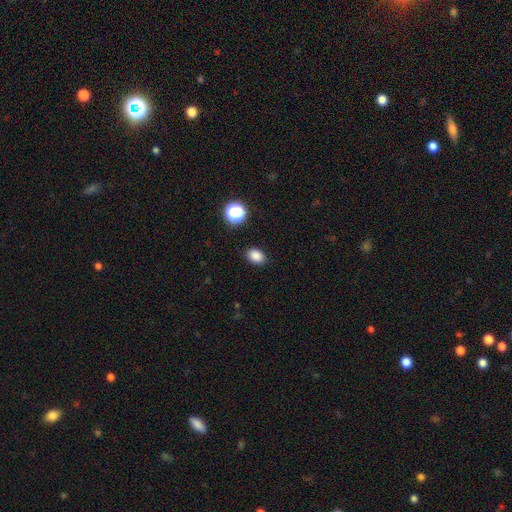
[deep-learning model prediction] This is clearly a smooth galaxy (85%). How rounded: likely in between (77%). Merging: clearly none (88%).